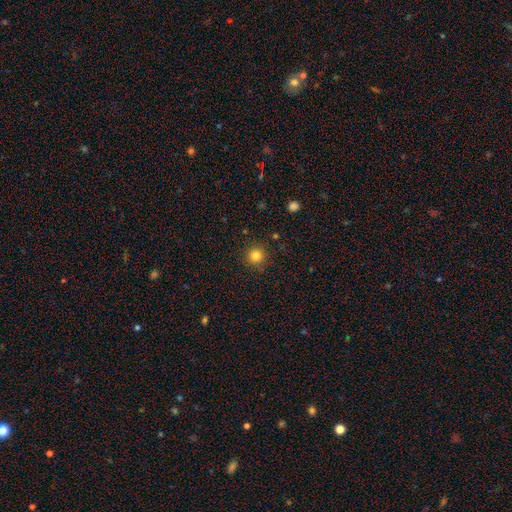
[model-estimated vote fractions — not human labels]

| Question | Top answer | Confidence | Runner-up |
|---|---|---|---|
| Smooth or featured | smooth | 83% | star or artifact (13%) |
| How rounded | round | 94% | in between (5%) |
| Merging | none | 89% | minor disturbance (7%) |